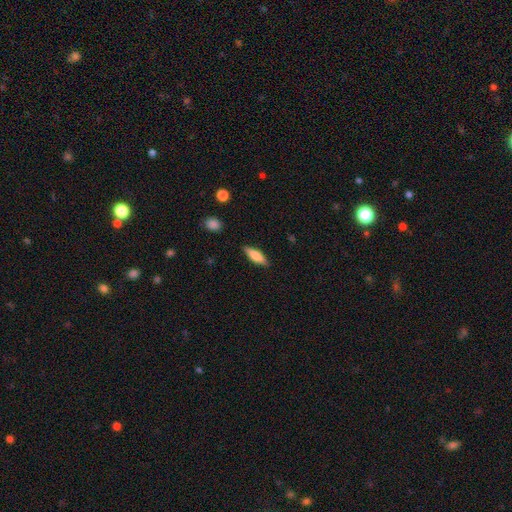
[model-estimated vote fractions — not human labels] A smooth galaxy with no disk features (76%) that is in between round and cigar-shaped (50%).

Vote fractions:
- Smooth or featured? smooth: 76% / featured or disk: 18% / star or artifact: 6%
- How rounded? in between: 50% / cigar-shaped: 48% / round: 2%
- Merging? none: 86% / minor disturbance: 10% / major disturbance: 2% / merger: 1%